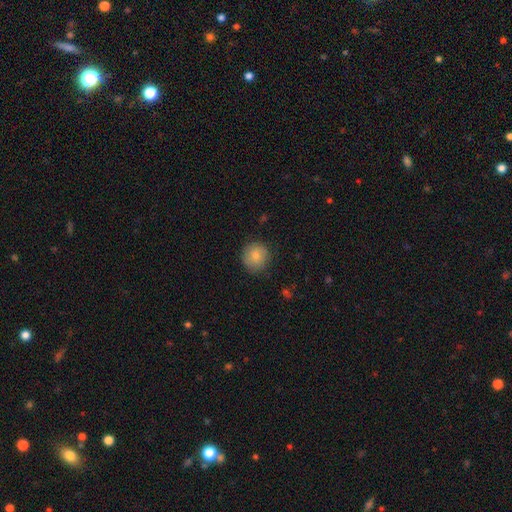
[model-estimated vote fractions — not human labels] smooth-or-featured: smooth: 81% | featured or disk: 11% | star or artifact: 8%
  how-rounded: round: 93% | in between: 6% | cigar-shaped: 1%
  merging: none: 84% | minor disturbance: 12% | major disturbance: 3% | merger: 1%